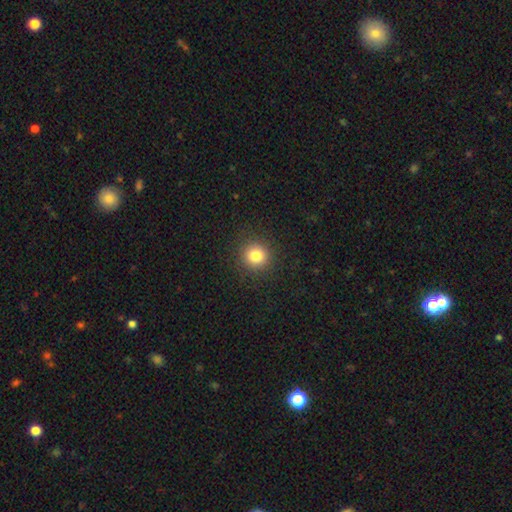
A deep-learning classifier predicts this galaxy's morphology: Q: Smooth or featured?
A: smooth (82%); runner-up: star or artifact (13%)
Q: How rounded?
A: round (93%); runner-up: in between (6%)
Q: Merging?
A: none (91%); runner-up: minor disturbance (5%)